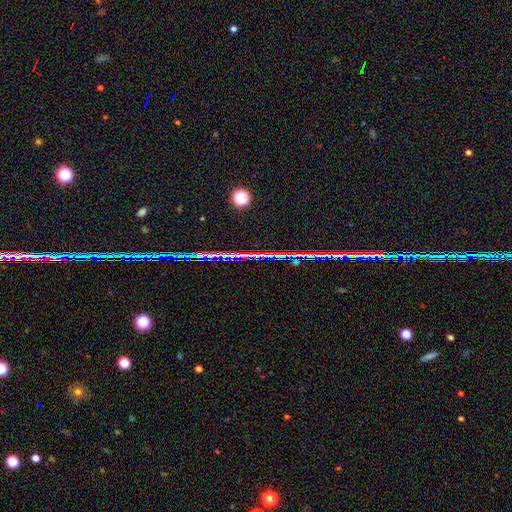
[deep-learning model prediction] smooth-or-featured: star or artifact: 82% | featured or disk: 10% | smooth: 8%